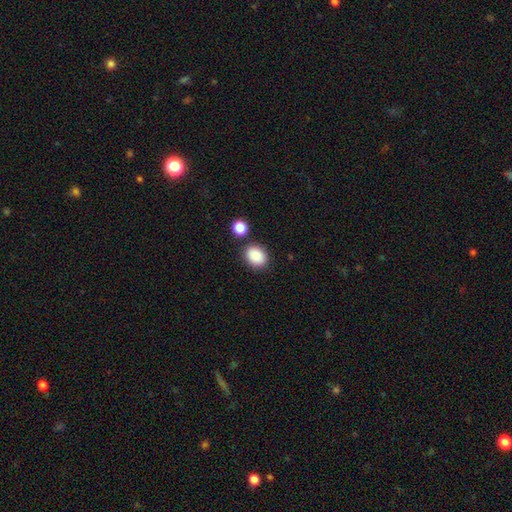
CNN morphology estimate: Smooth or featured: smooth — 88% (star or artifact — 8%)
How rounded: in between — 59% (round — 40%)
Merging: none — 80% (minor disturbance — 11%)